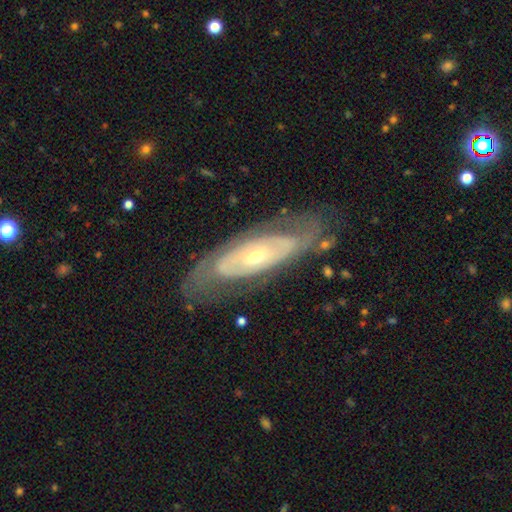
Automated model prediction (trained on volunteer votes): Smooth or featured: featured or disk — 79% (smooth — 15%)
Edge-on disk: no — 85% (yes — 15%)
Bar: no — 75% (weak — 17%)
Spiral arms: yes — 67% (no — 33%)
Bulge size: small — 57% (moderate — 39%)
Merging: none — 76% (minor disturbance — 15%)